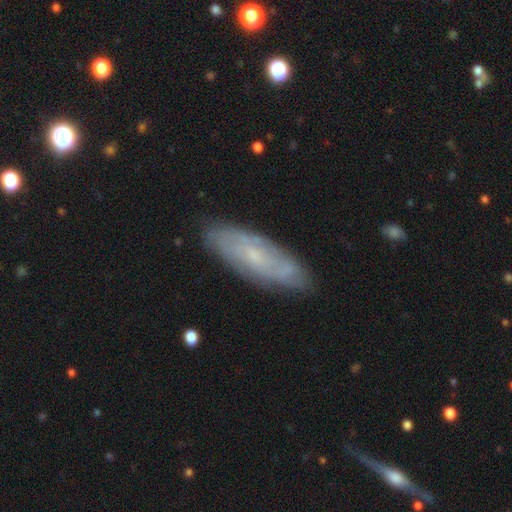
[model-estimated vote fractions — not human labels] Morphology: type=featured or disk (59%); edge-on=no (80%); merging=none (83%).